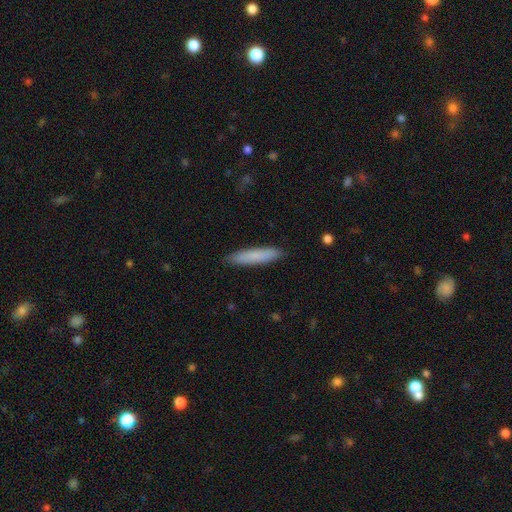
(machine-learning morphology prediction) Smooth or featured? Predicted: smooth (p=0.82). How rounded? Predicted: cigar-shaped (p=0.89). Merging? Predicted: none (p=0.90).